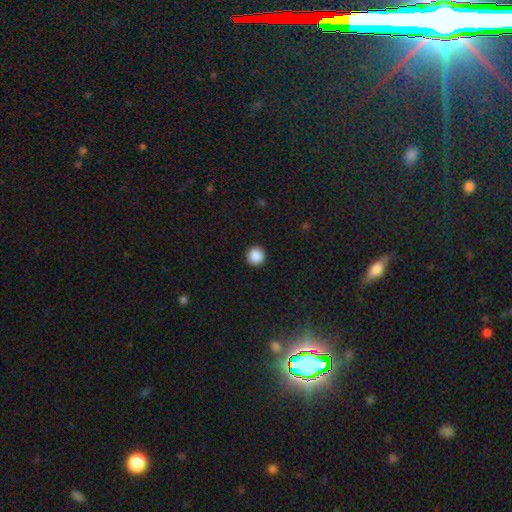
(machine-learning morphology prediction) Q: Smooth or featured?
A: smooth (88%); runner-up: star or artifact (9%)
Q: How rounded?
A: round (96%); runner-up: in between (3%)
Q: Merging?
A: none (93%); runner-up: minor disturbance (4%)